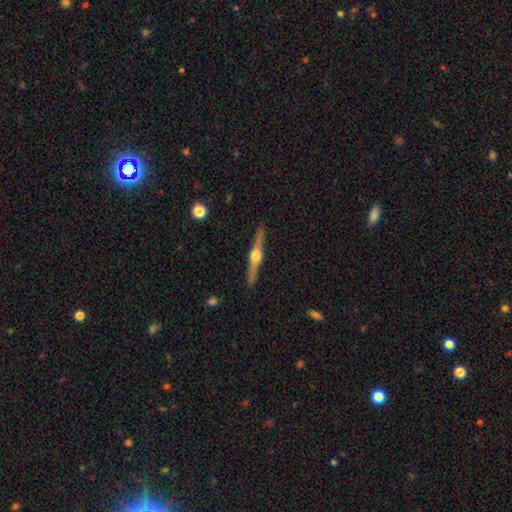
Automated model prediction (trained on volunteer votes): Smooth or featured? Predicted: featured or disk (p=0.84). Edge-on disk? Predicted: yes (p=0.98). Edge-on bulge? Predicted: rounded (p=0.96). Merging? Predicted: none (p=0.91).